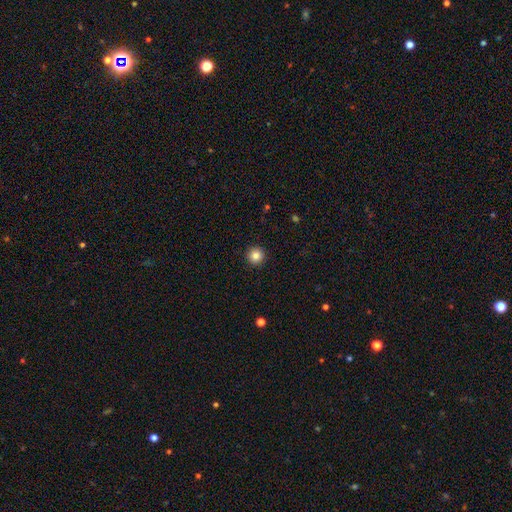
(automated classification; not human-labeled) Overall: smooth (85%). How rounded: round (96%). Merging: none (94%).